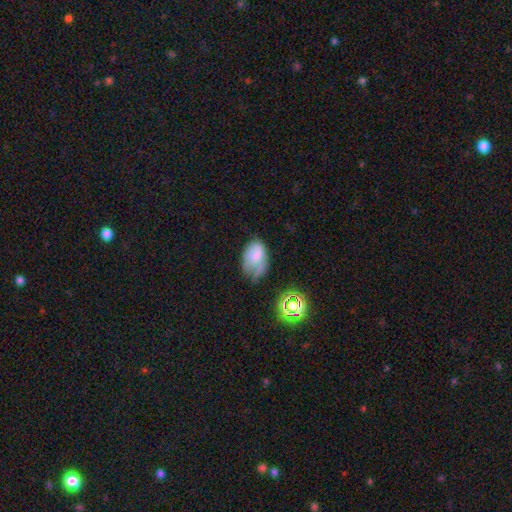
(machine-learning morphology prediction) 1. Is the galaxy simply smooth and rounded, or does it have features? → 65% smooth, 23% featured or disk, 12% star or artifact.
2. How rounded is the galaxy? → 84% in between, 15% round, 1% cigar-shaped.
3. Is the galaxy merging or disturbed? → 38% minor disturbance, 29% none, 27% major disturbance, 6% merger.